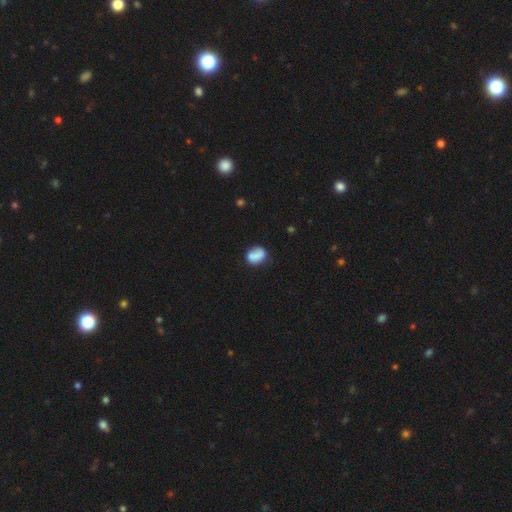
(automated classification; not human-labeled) This is likely a smooth galaxy (76%). How rounded: possibly in between (56%). Merging: possibly none (59%).